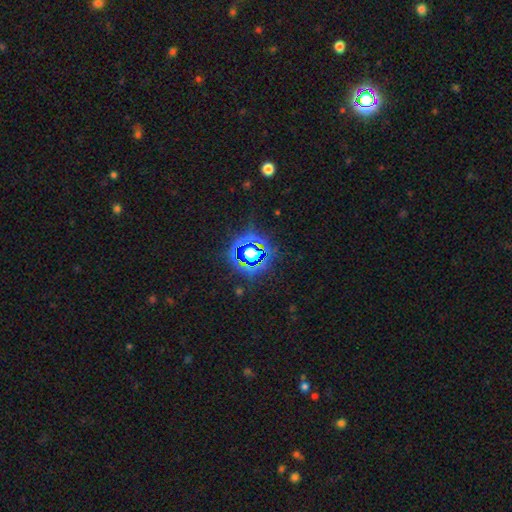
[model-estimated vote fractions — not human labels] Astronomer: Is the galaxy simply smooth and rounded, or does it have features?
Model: star or artifact — 79%.